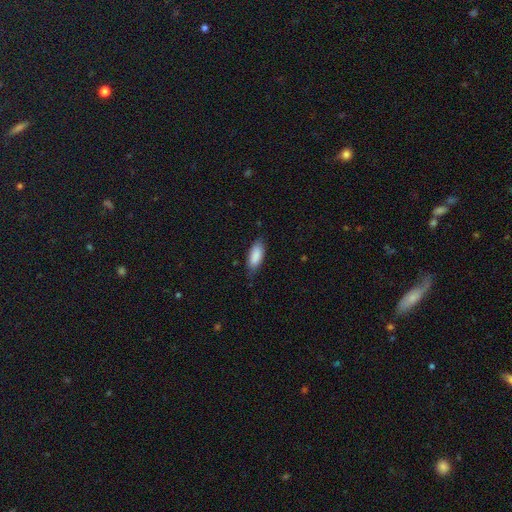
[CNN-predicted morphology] smooth 88%, featured or disk 6%, star or artifact 6%. Down the decision tree: how rounded — in between (81%); merging — none (73%).